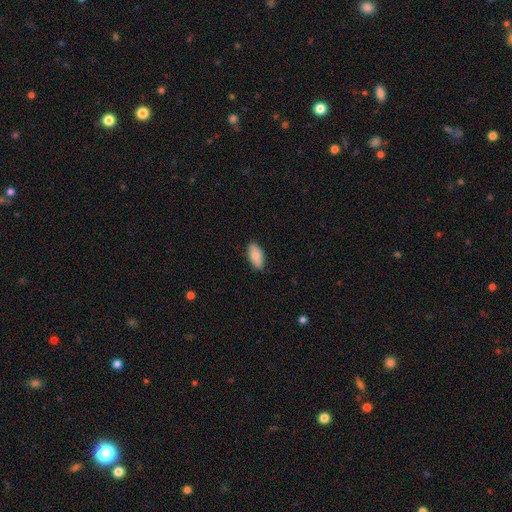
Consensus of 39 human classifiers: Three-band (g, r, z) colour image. It shows a smooth galaxy with no disk features (87%) that is in between round and cigar-shaped (97%). Merging: none (87%).